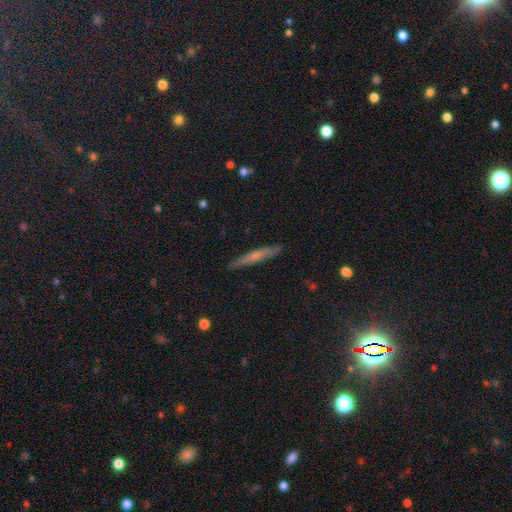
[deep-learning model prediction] This is possibly a smooth galaxy (48%). Merging: clearly none (89%).